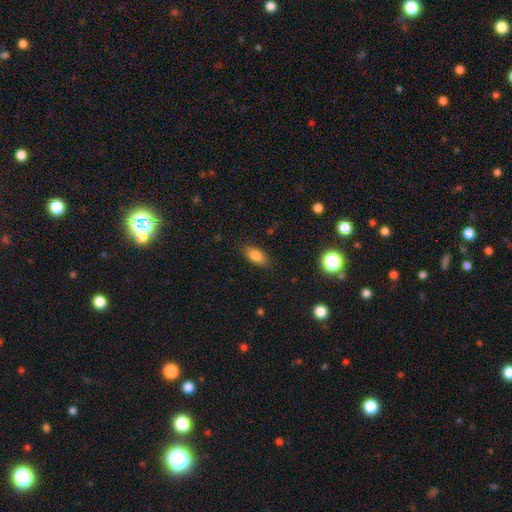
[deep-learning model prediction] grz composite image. It shows a smooth galaxy with no disk features (83%) that is in between round and cigar-shaped (85%). Merging: none (85%).